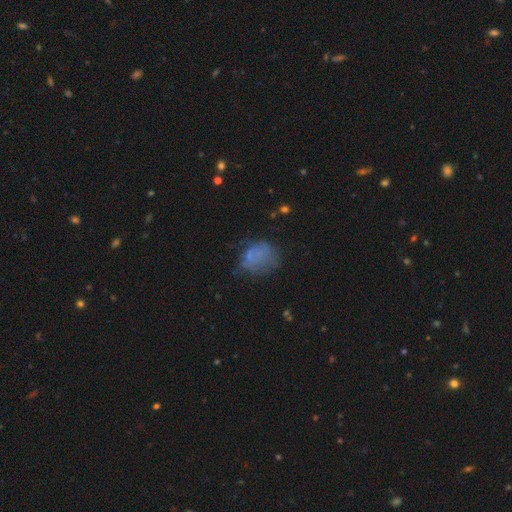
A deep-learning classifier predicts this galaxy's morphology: Smooth or featured?
  - smooth: 59% *
  - featured or disk: 24%
  - star or artifact: 18%
How rounded?
  - in between: 53% *
  - round: 45%
  - cigar-shaped: 1%
Merging?
  - none: 43% *
  - minor disturbance: 28%
  - major disturbance: 25%
  - merger: 4%